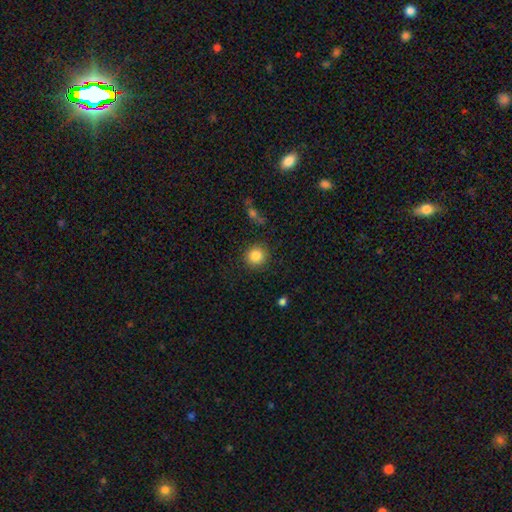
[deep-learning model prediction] This is clearly a smooth galaxy (85%). How rounded: clearly round (92%). Merging: clearly none (88%).